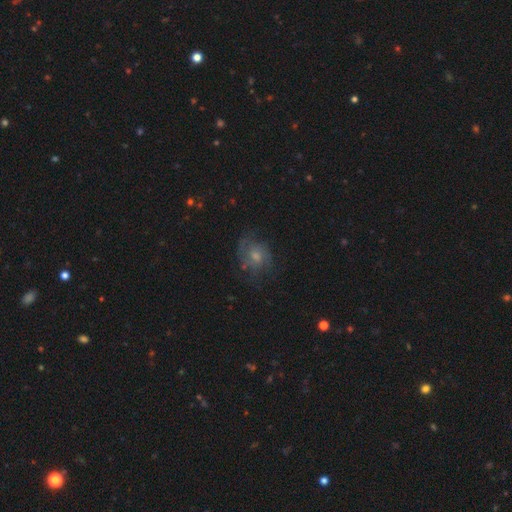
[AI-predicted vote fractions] Smooth or featured? Predicted: featured or disk (p=0.56). Edge-on disk? Predicted: no (p=0.97). Bar? Predicted: no (p=0.70). Spiral arms? Predicted: yes (p=0.80). Bulge size? Predicted: moderate (p=0.48). Merging? Predicted: none (p=0.62).